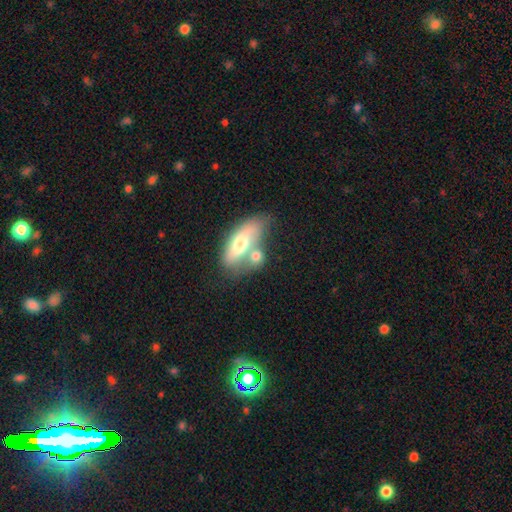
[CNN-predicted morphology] Q: Smooth or featured?
A: smooth (62%); runner-up: featured or disk (31%)
Q: How rounded?
A: in between (72%); runner-up: cigar-shaped (16%)
Q: Merging?
A: merger (44%); runner-up: none (34%)